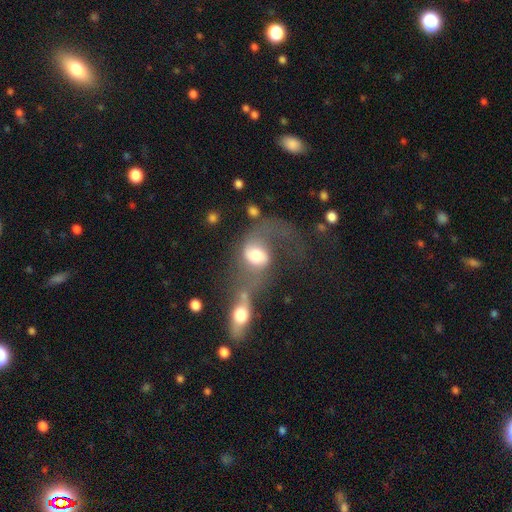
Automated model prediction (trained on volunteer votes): A featured or disk galaxy (55%) with no bar (53%), spiral arms (74%) and a moderate central bulge (52%). Merging: merger (51%).